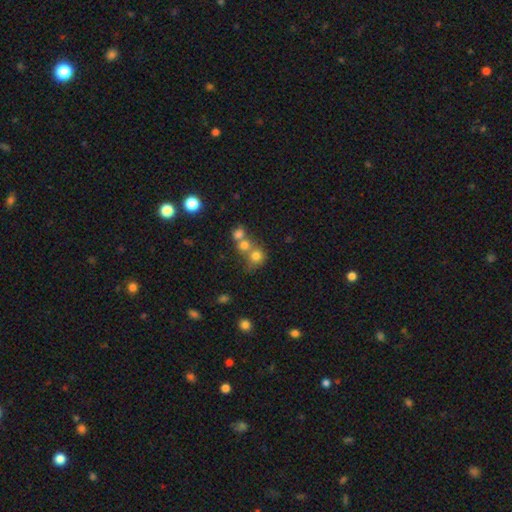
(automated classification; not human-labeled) A smooth galaxy with no disk features (72%) that is round (80%). Merging: merger (48%).